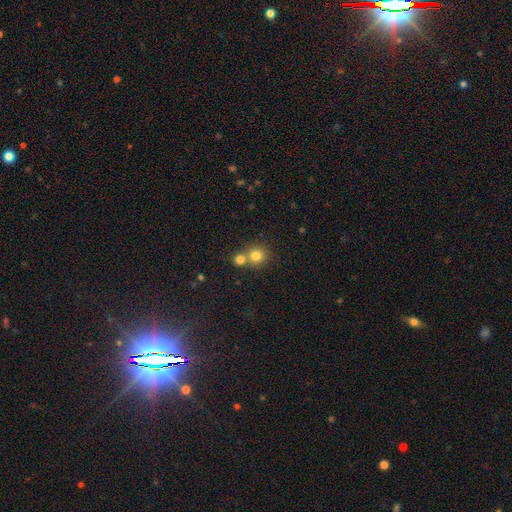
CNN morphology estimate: Smooth or featured?
  - smooth: 79% *
  - star or artifact: 12%
  - featured or disk: 8%
How rounded?
  - round: 89% *
  - in between: 10%
  - cigar-shaped: 1%
Merging?
  - none: 50% *
  - merger: 42%
  - minor disturbance: 6%
  - major disturbance: 2%